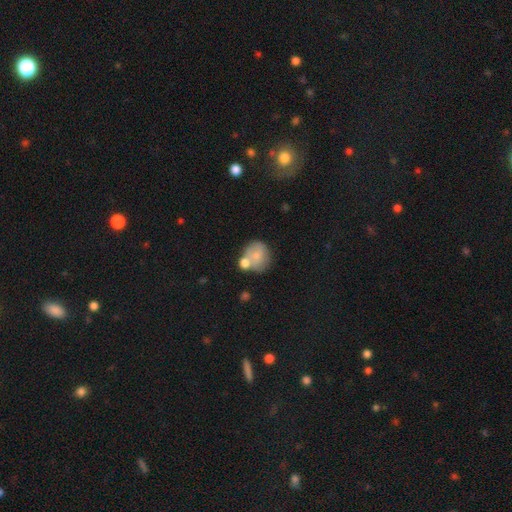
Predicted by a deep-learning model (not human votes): Overall: smooth (69%). How rounded: round (77%). Merging: none (46%; merger 29%).